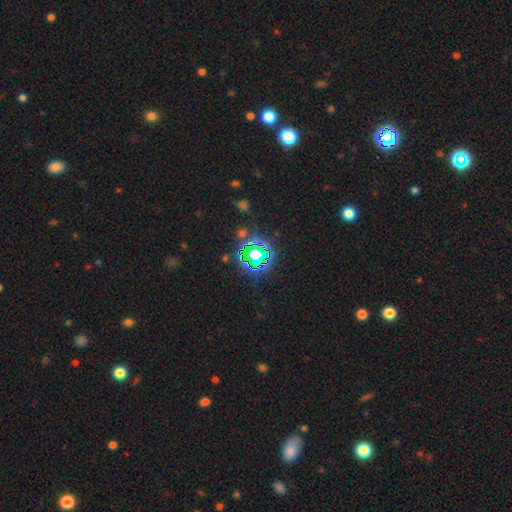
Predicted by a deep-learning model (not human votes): Morphology: type=star or artifact (75%).